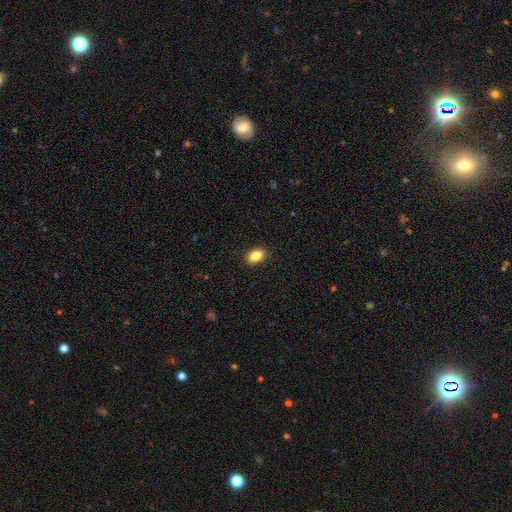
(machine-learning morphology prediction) Smooth or featured? Predicted: smooth (p=0.86). How rounded? Predicted: in between (p=0.83). Merging? Predicted: none (p=0.90).